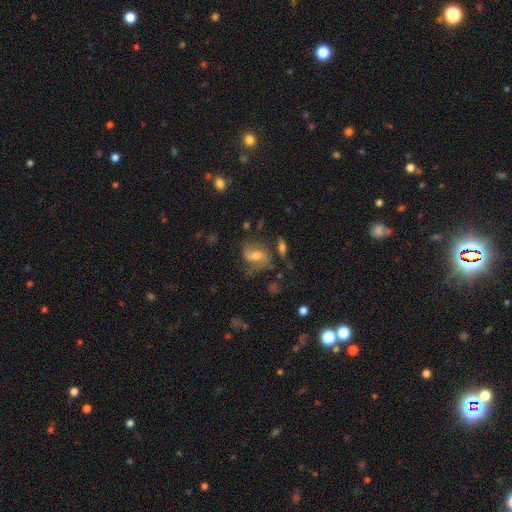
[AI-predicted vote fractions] Smooth or featured: featured or disk — 63% (smooth — 25%)
Edge-on disk: no — 96% (yes — 4%)
Bar: weak — 45% (no — 37%)
Spiral arms: yes — 86% (no — 14%)
Spiral winding: loose — 43% (medium — 42%)
Spiral arm count: 2 — 78% (can't tell — 9%)
Bulge size: moderate — 60% (small — 23%)
Merging: none — 56% (minor disturbance — 21%)